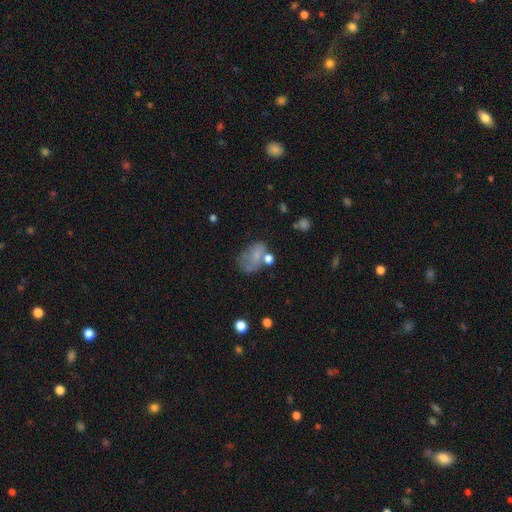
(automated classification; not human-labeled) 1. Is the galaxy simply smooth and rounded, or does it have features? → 62% smooth, 25% featured or disk, 13% star or artifact.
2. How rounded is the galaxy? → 83% in between, 16% round, 2% cigar-shaped.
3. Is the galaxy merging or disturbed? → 36% none, 26% minor disturbance, 22% major disturbance, 16% merger.